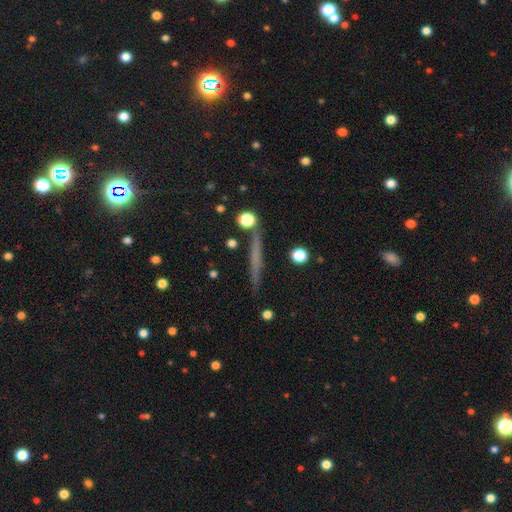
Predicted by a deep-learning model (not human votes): Q: Smooth or featured?
A: smooth (47%); runner-up: featured or disk (39%)
Q: Merging?
A: none (87%); runner-up: minor disturbance (8%)